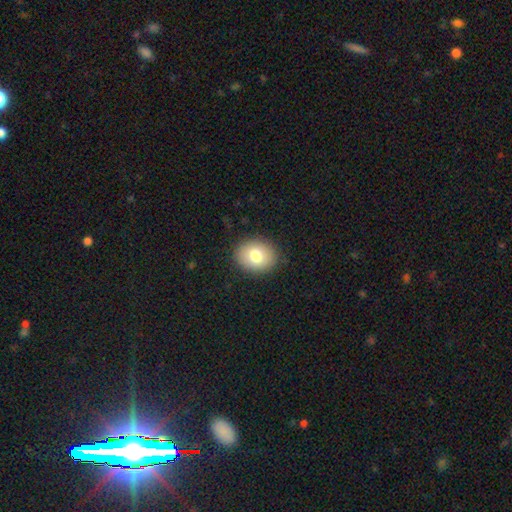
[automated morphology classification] A smooth galaxy with no disk features (78%) that is round (57%). Merging: none (88%).